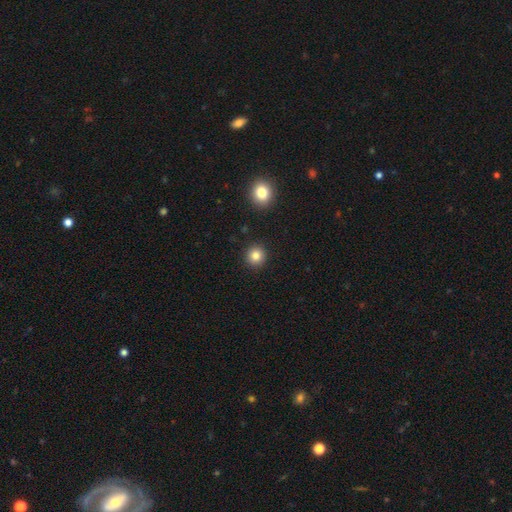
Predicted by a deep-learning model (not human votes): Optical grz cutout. It shows a smooth galaxy with no disk features (82%) that is round (93%). Merging: none (91%).